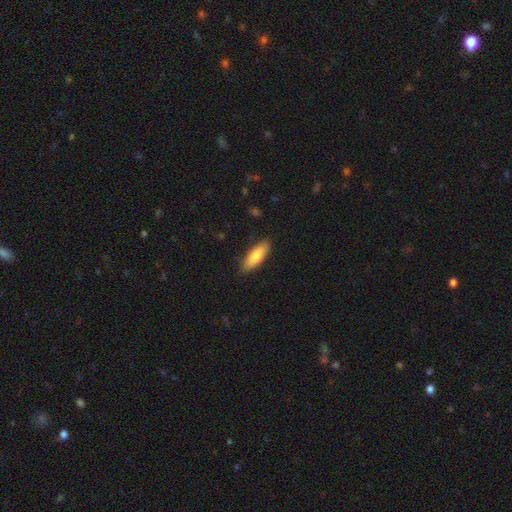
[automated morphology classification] Smooth or featured?
  - smooth: 83% *
  - featured or disk: 12%
  - star or artifact: 5%
How rounded?
  - in between: 59% *
  - cigar-shaped: 39%
  - round: 2%
Merging?
  - none: 87% *
  - minor disturbance: 10%
  - major disturbance: 2%
  - merger: 1%